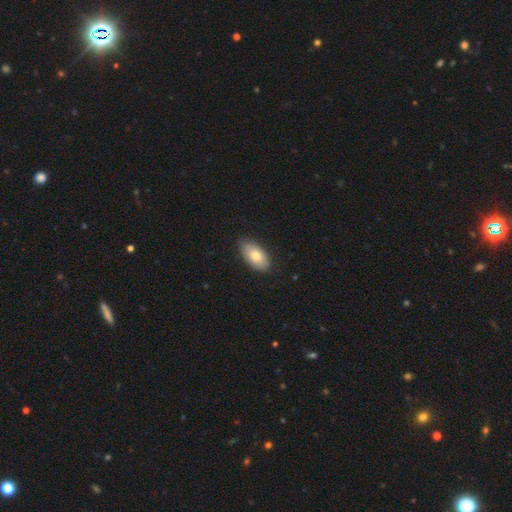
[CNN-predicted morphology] smooth 76%, featured or disk 18%, star or artifact 6%. Down the decision tree: how rounded — in between (94%); merging — none (84%).